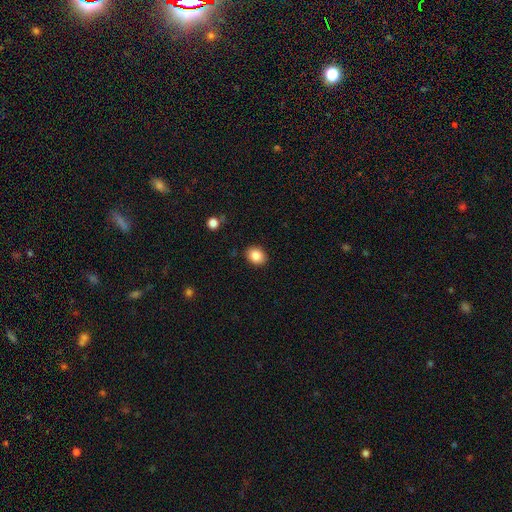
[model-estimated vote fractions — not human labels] A smooth galaxy with no disk features (85%) that is in between round and cigar-shaped (52%). Merging: none (89%).